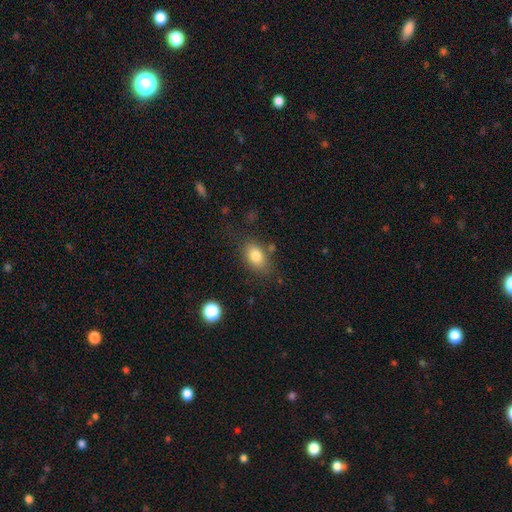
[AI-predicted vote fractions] Morphology: type=smooth (81%); roundness=in between (82%); merging=none (74%).